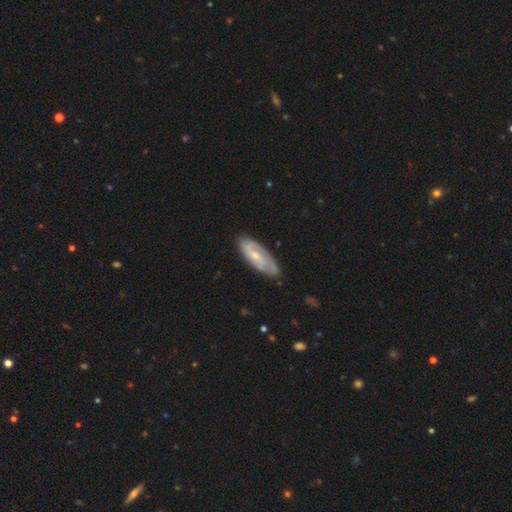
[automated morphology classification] The model was most divided on "spiral winding": tight: 42%, medium: 41%, loose: 17%. More confident: spiral arms — yes (88%); edge-on disk — no (88%); merging — none (74%); smooth or featured — featured or disk (68%); spiral arm count — 2 (60%); bulge size — small (58%); bar — no (51%).